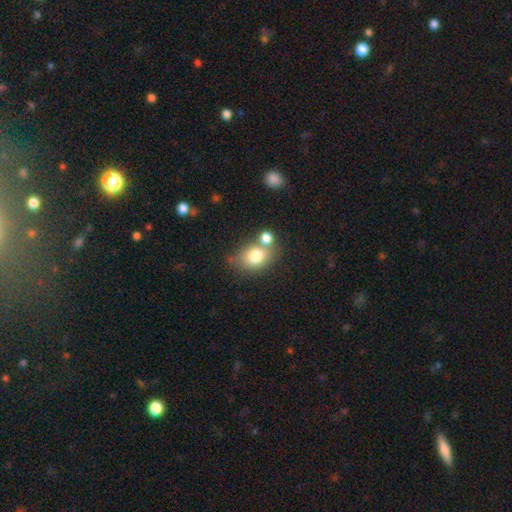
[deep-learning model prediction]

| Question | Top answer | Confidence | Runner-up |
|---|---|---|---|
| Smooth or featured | smooth | 76% | featured or disk (14%) |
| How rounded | in between | 56% | round (43%) |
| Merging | none | 53% | merger (28%) |